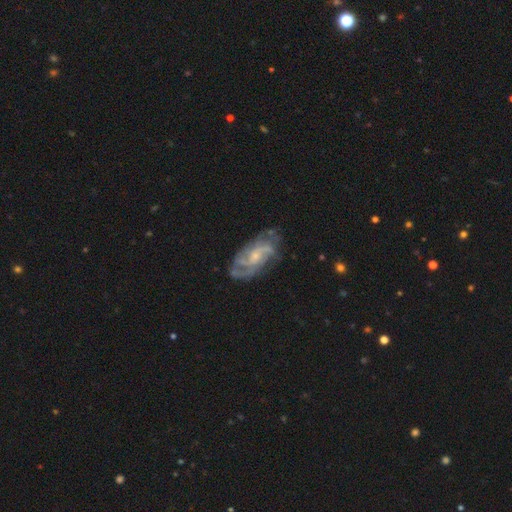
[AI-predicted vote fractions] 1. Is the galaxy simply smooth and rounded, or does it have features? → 85% featured or disk, 9% smooth, 6% star or artifact.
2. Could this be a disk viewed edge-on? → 95% no, 5% yes.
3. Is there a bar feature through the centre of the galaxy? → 58% no, 35% weak, 7% strong.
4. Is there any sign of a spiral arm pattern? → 95% yes, 5% no.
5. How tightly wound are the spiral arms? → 45% medium, 40% tight, 15% loose.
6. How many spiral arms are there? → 27% 2, 25% 3, 25% can't tell, 13% 4, 5% more than 4, 5% 1.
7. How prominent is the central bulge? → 58% small, 32% moderate, 7% none, 2% large, 1% dominant.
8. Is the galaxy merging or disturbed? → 69% none, 20% minor disturbance, 9% major disturbance, 2% merger.